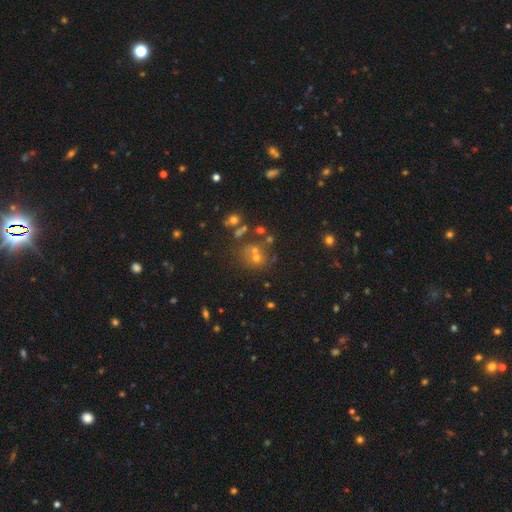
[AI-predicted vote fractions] Smooth or featured? smooth (46%)
Merging? none (60%)